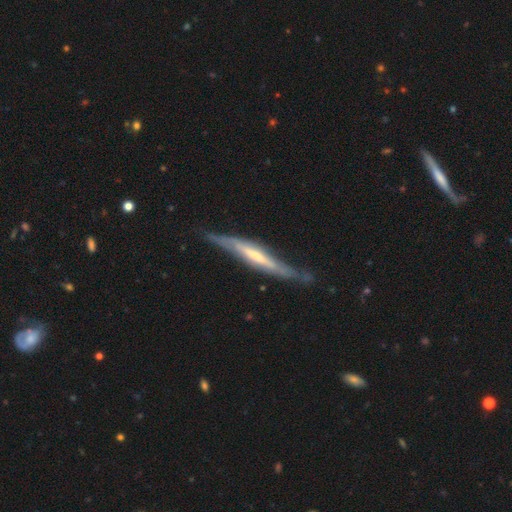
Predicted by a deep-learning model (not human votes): Smooth or featured? featured or disk (70%)
Edge-on disk? yes (83%)
Edge-on bulge? none (46%)
Merging? none (65%)